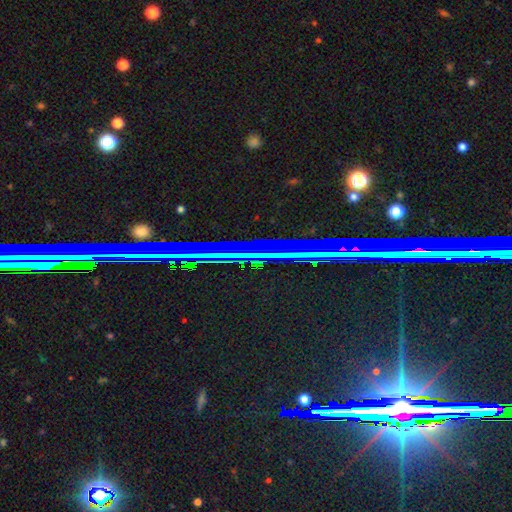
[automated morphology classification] star or artifact 84%, featured or disk 9%, smooth 7%.